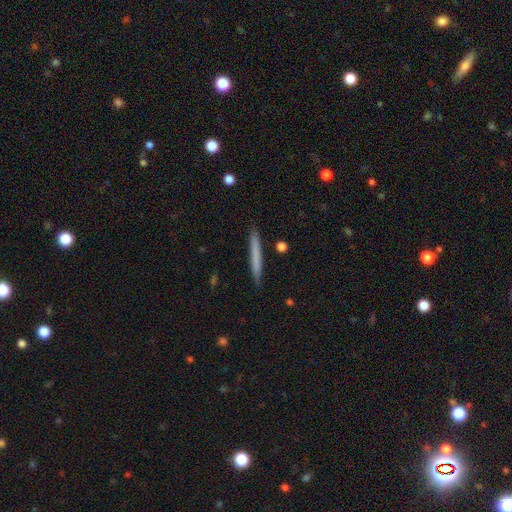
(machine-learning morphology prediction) Smooth or featured: smooth — 68% (featured or disk — 26%)
How rounded: cigar-shaped — 97% (in between — 2%)
Merging: none — 89% (minor disturbance — 8%)